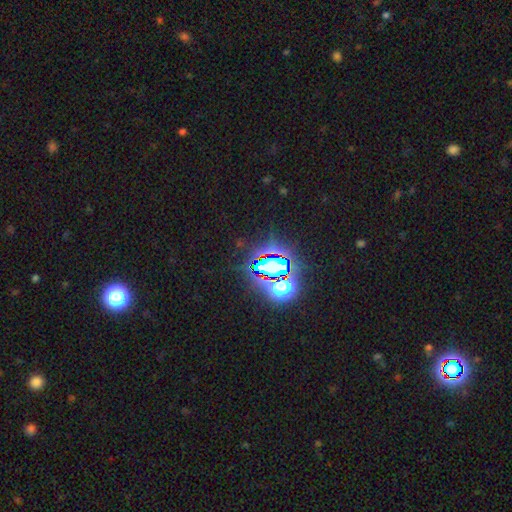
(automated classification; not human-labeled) Morphology: type=star or artifact (79%).